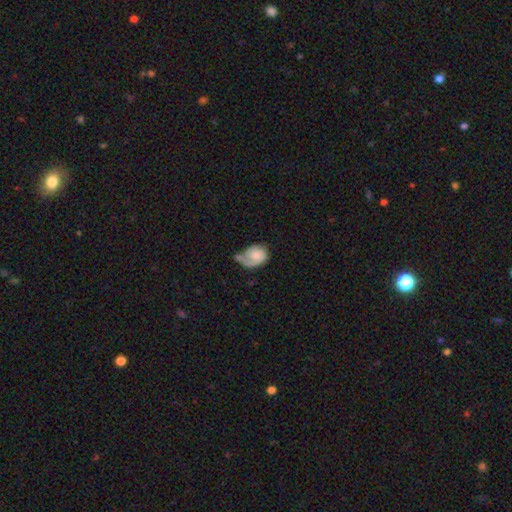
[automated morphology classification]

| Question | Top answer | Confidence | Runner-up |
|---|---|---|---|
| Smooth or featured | smooth | 47% | featured or disk (46%) |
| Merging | none | 32% | major disturbance (29%) |